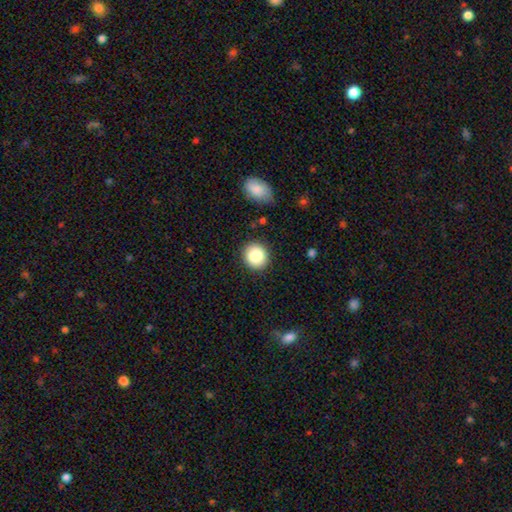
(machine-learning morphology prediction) type=smooth (86%); roundness=round (86%); merging=none (89%).